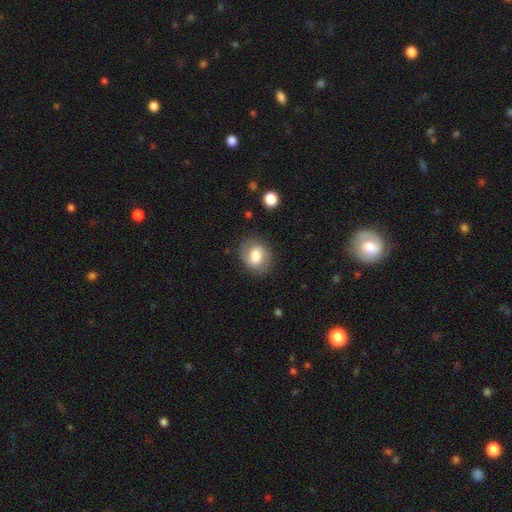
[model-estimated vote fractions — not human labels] smooth 68%, featured or disk 24%, star or artifact 8%. Down the decision tree: how rounded — in between (58%); merging — none (78%).